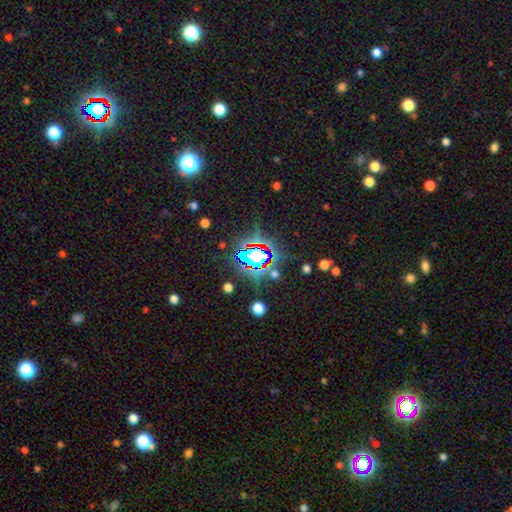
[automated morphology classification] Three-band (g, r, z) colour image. It shows a star or artifact, not a galaxy (67%).